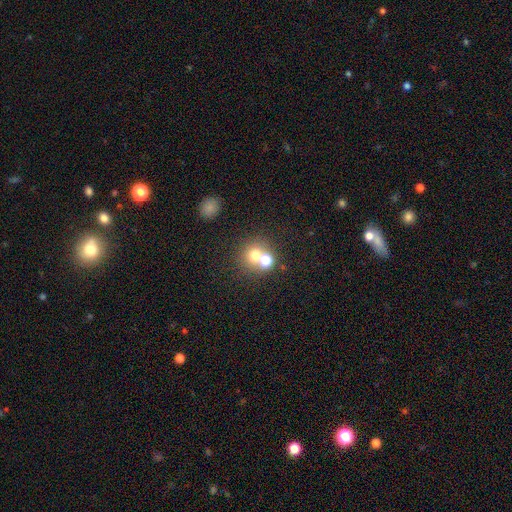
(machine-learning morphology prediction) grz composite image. It shows a smooth galaxy with no disk features (68%) that is round (84%). Merging: none (48%).